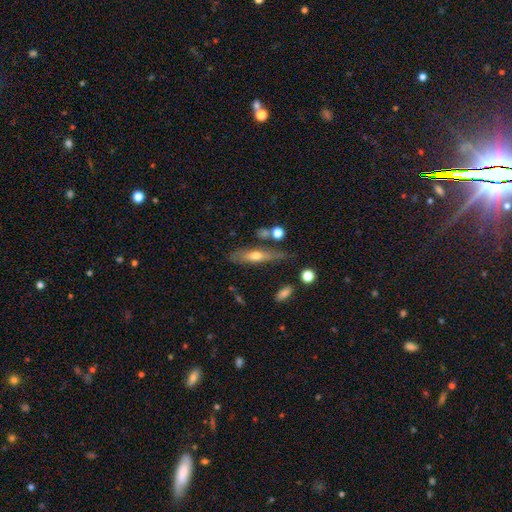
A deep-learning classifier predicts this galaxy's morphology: featured or disk 49%, smooth 43%, star or artifact 7%. Down the decision tree: merging — none (62%).